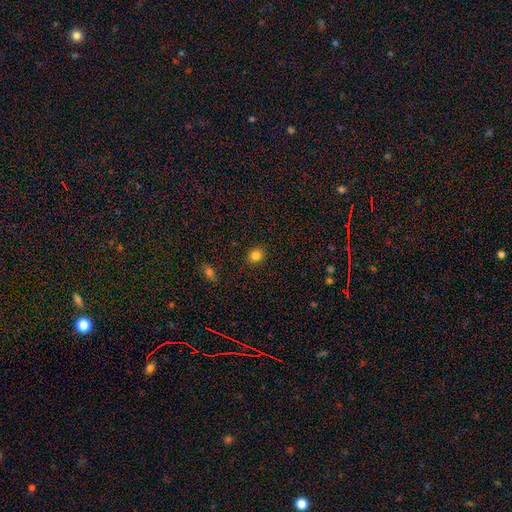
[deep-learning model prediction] Smooth or featured? Predicted: smooth (p=0.83). How rounded? Predicted: round (p=0.78). Merging? Predicted: none (p=0.89).